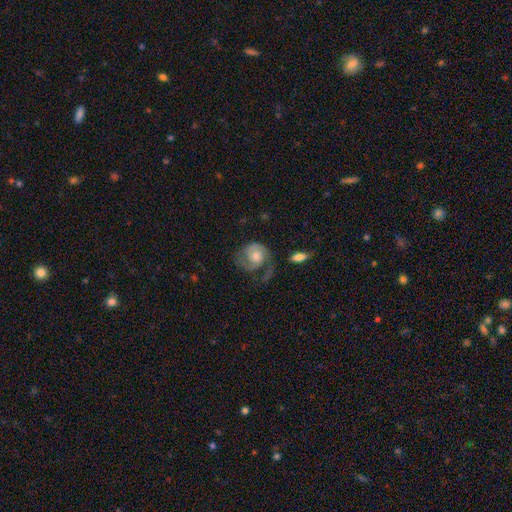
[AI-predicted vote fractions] Q: Smooth or featured?
A: featured or disk (76%); runner-up: smooth (18%)
Q: Edge-on disk?
A: no (98%); runner-up: yes (2%)
Q: Bar?
A: no (72%); runner-up: weak (24%)
Q: Spiral arms?
A: yes (93%); runner-up: no (7%)
Q: Spiral winding?
A: tight (40%); runner-up: medium (38%)
Q: Spiral arm count?
A: 2 (48%); runner-up: 1 (39%)
Q: Bulge size?
A: moderate (59%); runner-up: small (27%)
Q: Merging?
A: none (46%); runner-up: major disturbance (30%)